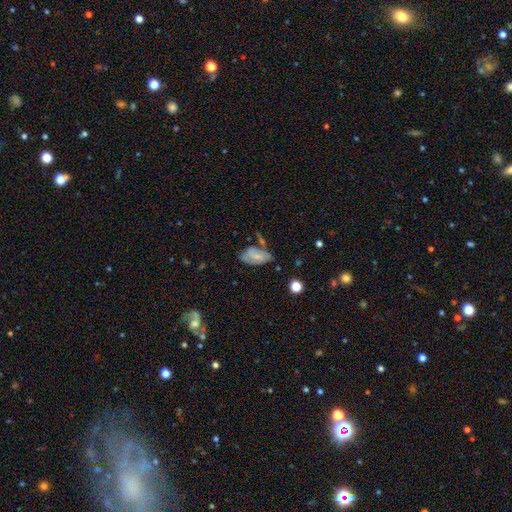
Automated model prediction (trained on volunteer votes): Smooth or featured: smooth — 60% (featured or disk — 32%)
How rounded: in between — 92% (round — 5%)
Merging: none — 47% (minor disturbance — 29%)